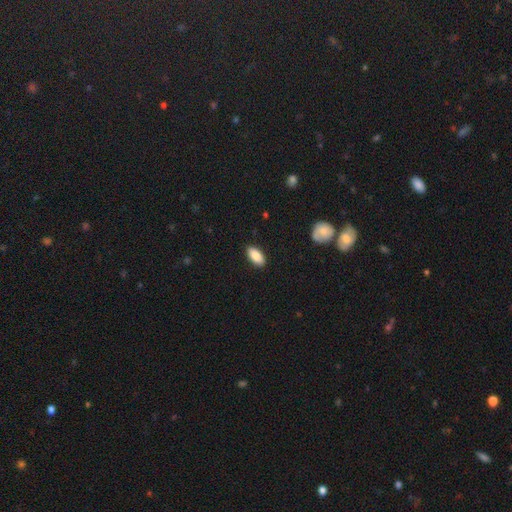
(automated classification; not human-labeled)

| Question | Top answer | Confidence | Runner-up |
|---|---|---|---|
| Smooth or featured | smooth | 87% | star or artifact (7%) |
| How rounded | in between | 91% | cigar-shaped (7%) |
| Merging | none | 89% | minor disturbance (8%) |